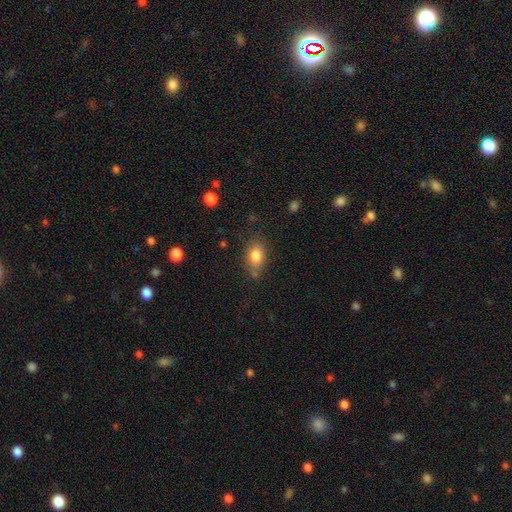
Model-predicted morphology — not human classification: Overall: smooth (82%). How rounded: in between (82%). Merging: none (72%).